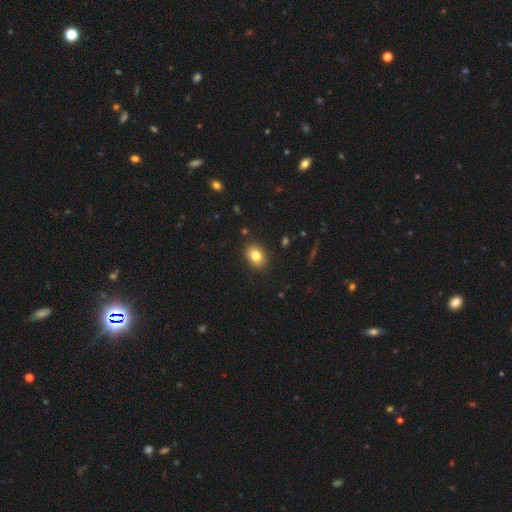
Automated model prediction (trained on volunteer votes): This appears to be a smooth galaxy with no disk features (82%) that is in between round and cigar-shaped (68%). Merging: none (88%).